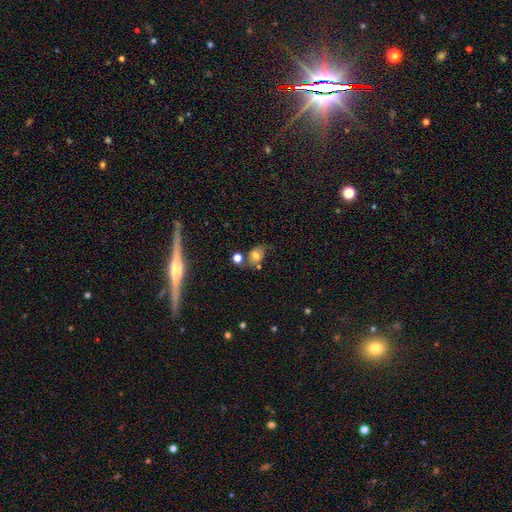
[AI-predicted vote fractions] Smooth or featured? smooth (66%)
How rounded? in between (61%)
Merging? none (52%)